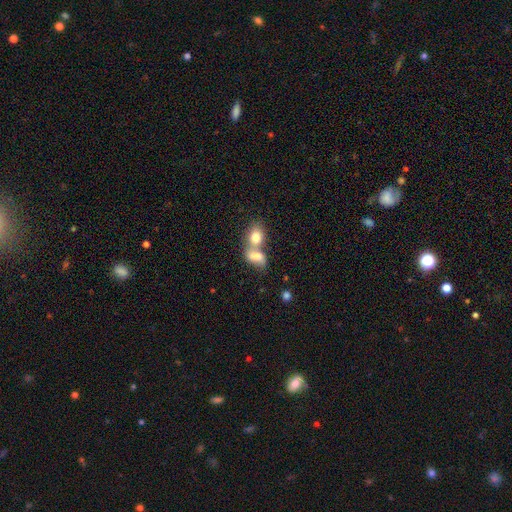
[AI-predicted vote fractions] Q: Smooth or featured?
A: smooth (75%); runner-up: featured or disk (16%)
Q: How rounded?
A: in between (76%); runner-up: round (21%)
Q: Merging?
A: merger (72%); runner-up: none (16%)